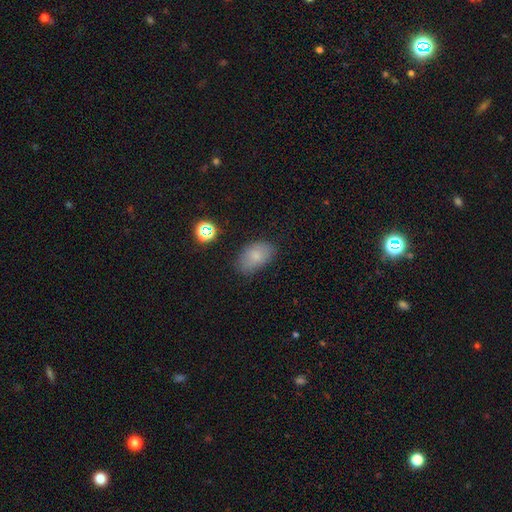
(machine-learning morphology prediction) The model was most divided on "merging": none: 74%, minor disturbance: 19%, major disturbance: 5%, merger: 2%. More confident: how rounded — in between (90%); smooth or featured — smooth (78%).